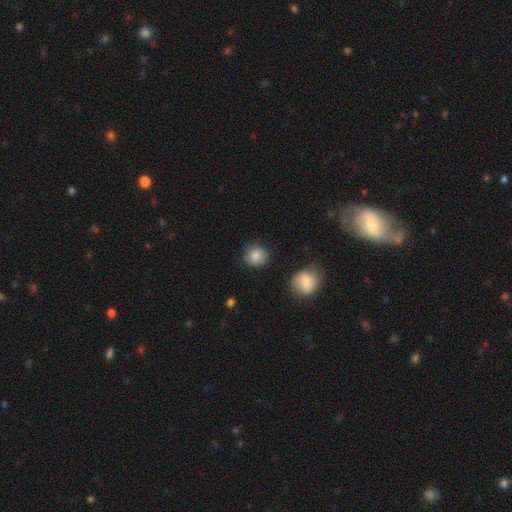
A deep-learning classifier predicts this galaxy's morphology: smooth 84%, star or artifact 8%, featured or disk 7%. Down the decision tree: how rounded — round (89%); merging — none (82%).